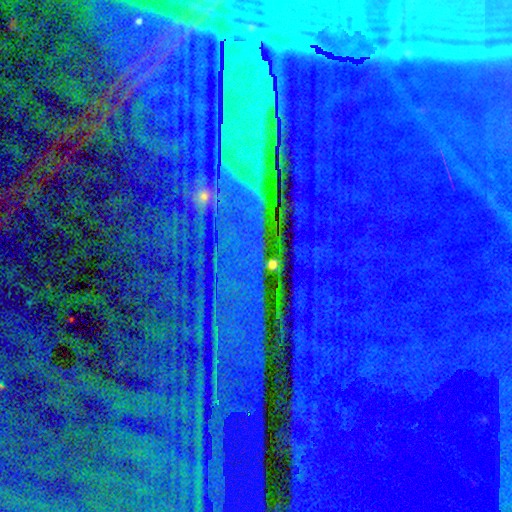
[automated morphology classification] This is clearly a star or artifact rather than a galaxy (88%).